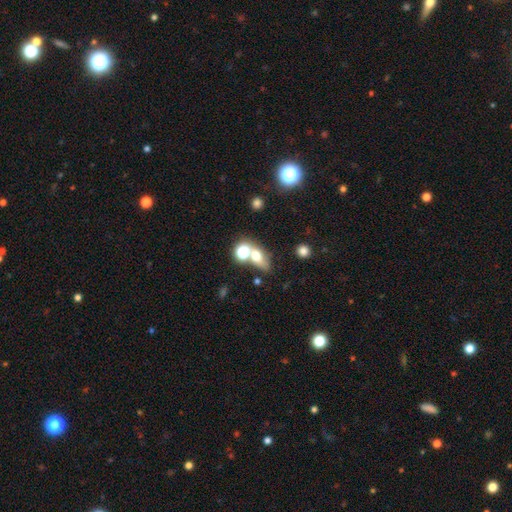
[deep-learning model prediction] Smooth or featured? smooth (61%)
How rounded? in between (56%)
Merging? none (45%)